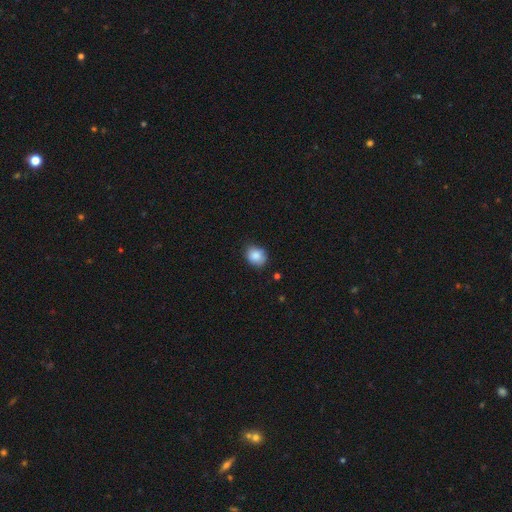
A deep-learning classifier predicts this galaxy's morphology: type=smooth (86%); roundness=round (57%); merging=none (77%).